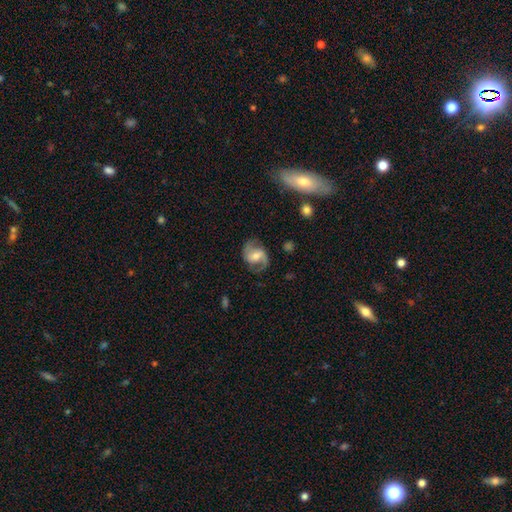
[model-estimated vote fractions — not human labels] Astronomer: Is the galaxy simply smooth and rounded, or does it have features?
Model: featured or disk — 76%.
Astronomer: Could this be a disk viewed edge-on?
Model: no — 97%.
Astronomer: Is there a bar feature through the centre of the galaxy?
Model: weak — 47% (runner-up: no, 29%).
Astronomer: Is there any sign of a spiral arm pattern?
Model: yes — 93%.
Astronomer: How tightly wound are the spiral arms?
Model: medium — 49% (runner-up: loose, 35%).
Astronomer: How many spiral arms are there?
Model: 2 — 89%.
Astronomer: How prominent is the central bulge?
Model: moderate — 55% (runner-up: small, 31%).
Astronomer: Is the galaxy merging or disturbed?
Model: none — 74%.